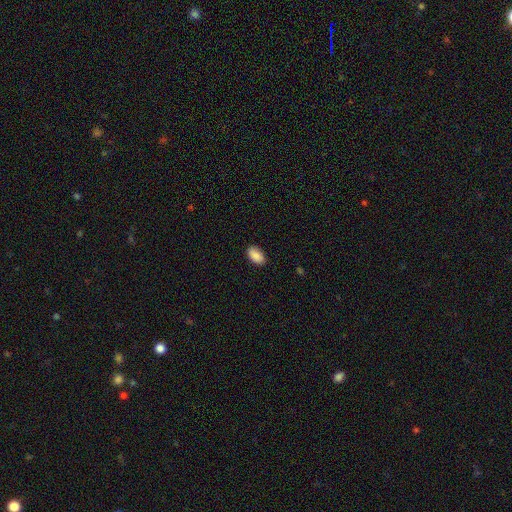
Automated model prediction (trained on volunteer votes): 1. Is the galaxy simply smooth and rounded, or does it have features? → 89% smooth, 7% star or artifact, 4% featured or disk.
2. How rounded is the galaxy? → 94% in between, 4% round, 2% cigar-shaped.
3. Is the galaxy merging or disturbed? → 87% none, 10% minor disturbance, 2% major disturbance, 1% merger.